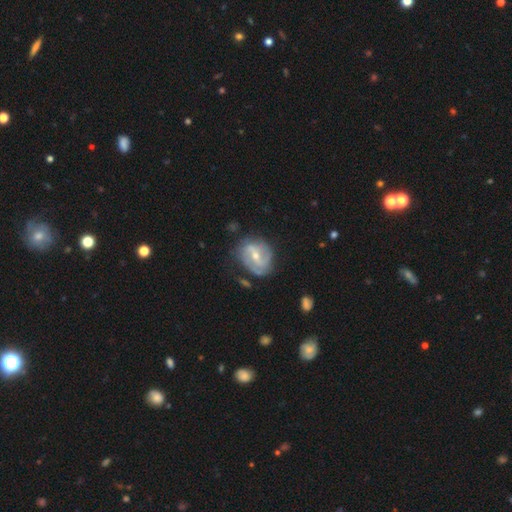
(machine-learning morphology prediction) Smooth or featured?
  - featured or disk: 79% *
  - smooth: 15%
  - star or artifact: 6%
Edge-on disk?
  - no: 97% *
  - yes: 3%
Bar?
  - weak: 47% *
  - strong: 33%
  - no: 20%
Spiral arms?
  - yes: 88% *
  - no: 12%
Spiral winding?
  - medium: 42% *
  - tight: 35%
  - loose: 23%
Spiral arm count?
  - 2: 66% *
  - can't tell: 16%
  - 3: 10%
  - 1: 4%
  - 4: 2%
  - more than 4: 2%
Bulge size?
  - moderate: 49% *
  - small: 48%
  - large: 1%
  - none: 1%
  - dominant: 1%
Merging?
  - none: 67% *
  - minor disturbance: 22%
  - major disturbance: 8%
  - merger: 3%